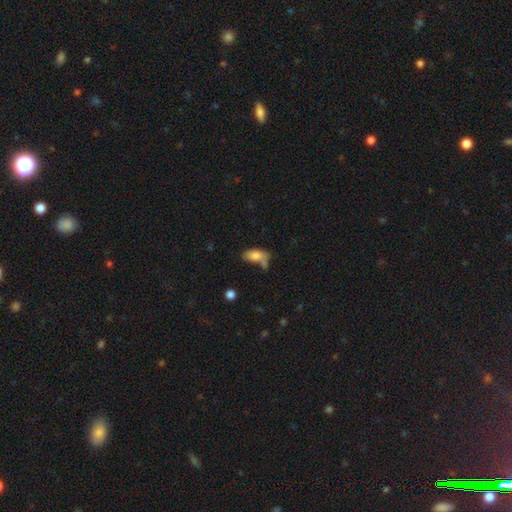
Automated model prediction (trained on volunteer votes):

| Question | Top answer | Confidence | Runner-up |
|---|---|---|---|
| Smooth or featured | smooth | 79% | featured or disk (13%) |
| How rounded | in between | 89% | cigar-shaped (7%) |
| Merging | none | 45% | merger (23%) |